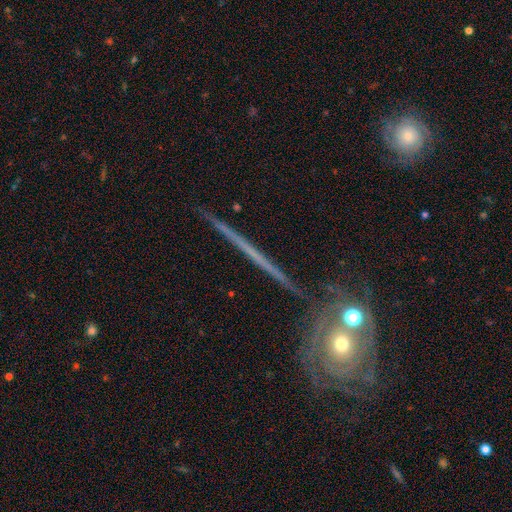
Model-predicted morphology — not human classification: A featured or disk galaxy (71%) viewed edge-on (94%) with no central bulge (89%). Merging: none (86%).